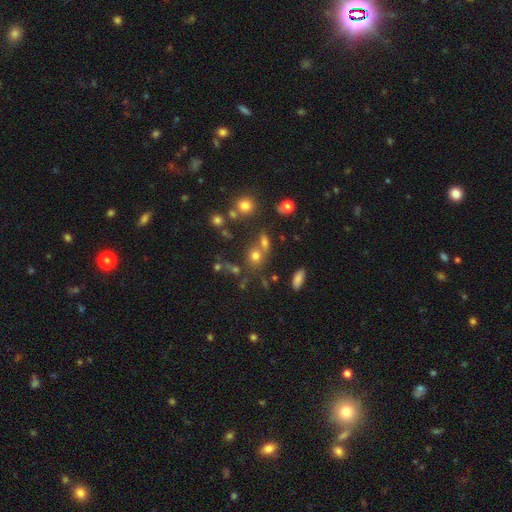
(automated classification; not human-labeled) smooth-or-featured: smooth: 67% | star or artifact: 20% | featured or disk: 13%
  how-rounded: round: 74% | in between: 24% | cigar-shaped: 2%
  merging: none: 53% | merger: 31% | minor disturbance: 11% | major disturbance: 5%